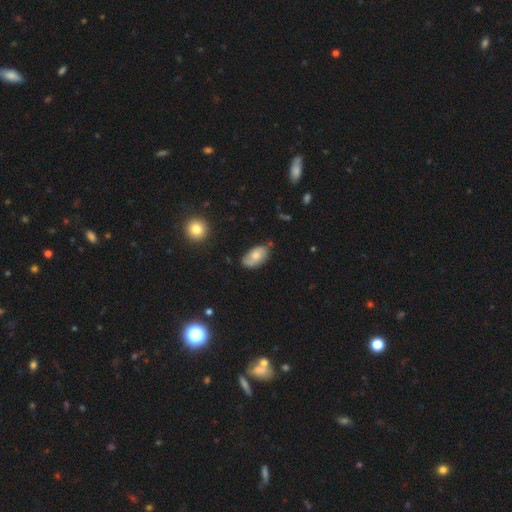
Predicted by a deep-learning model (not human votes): Overall: smooth (64%; featured or disk 28%). How rounded: in between (93%). Merging: none (66%; minor disturbance 27%).